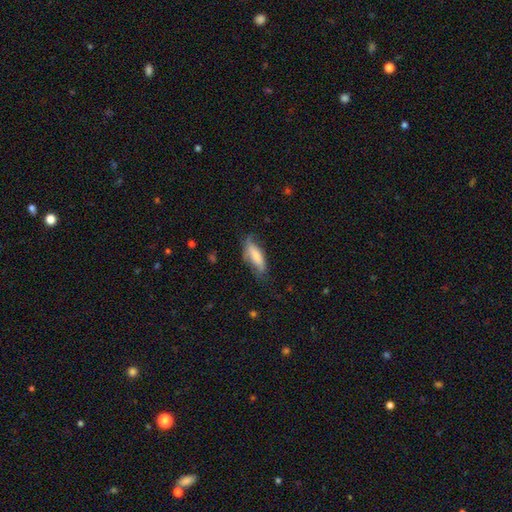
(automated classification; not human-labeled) Smooth or featured? Predicted: smooth (p=0.66). How rounded? Predicted: in between (p=0.64). Merging? Predicted: none (p=0.53).